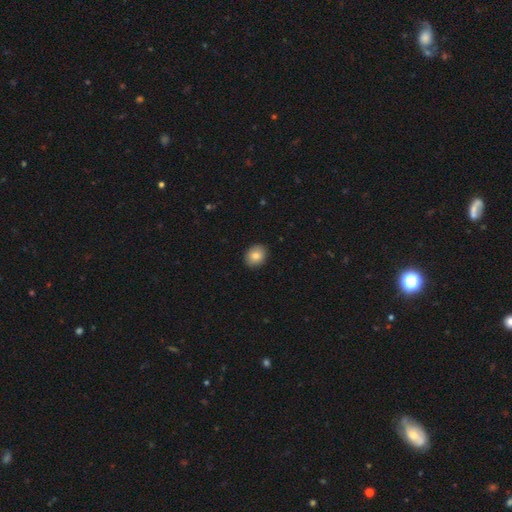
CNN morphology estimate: smooth_or_featured: smooth (p=0.82) [alt: featured or disk p=0.09]
how_rounded: round (p=0.52) [alt: in between p=0.47]
merging: none (p=0.90) [alt: minor disturbance p=0.07]